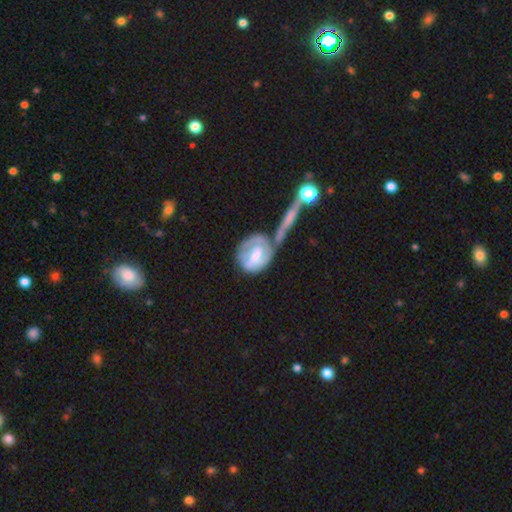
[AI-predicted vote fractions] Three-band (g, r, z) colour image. It shows a featured or disk galaxy (62%) with a weak bar (44%), spiral arms (71%) and a moderate central bulge (48%). Merging: none (34%, tied with merger).